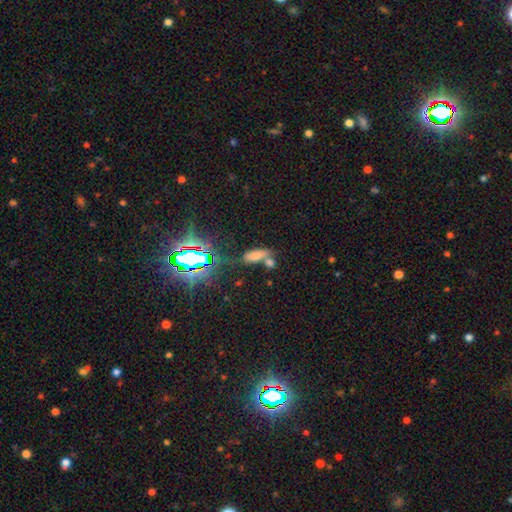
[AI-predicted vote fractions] Smooth or featured: smooth — 65% (star or artifact — 24%)
How rounded: in between — 70% (cigar-shaped — 24%)
Merging: none — 40% (merger — 39%)